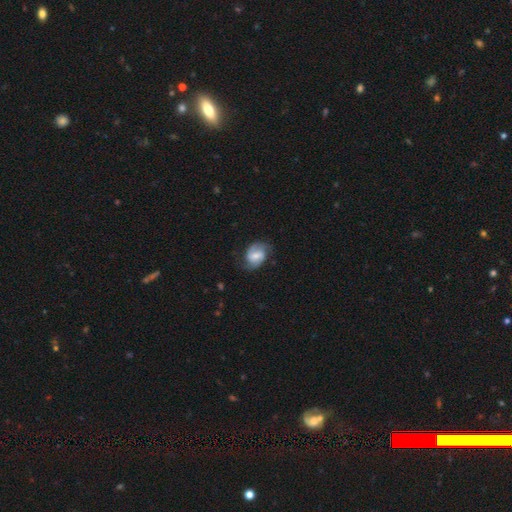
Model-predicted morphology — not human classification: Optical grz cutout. It shows a featured or disk galaxy (64%) with a weak bar (51%), 2 (84%) medium (46%) spiral arms (90%) and a moderate central bulge (46%). Merging: none (68%).